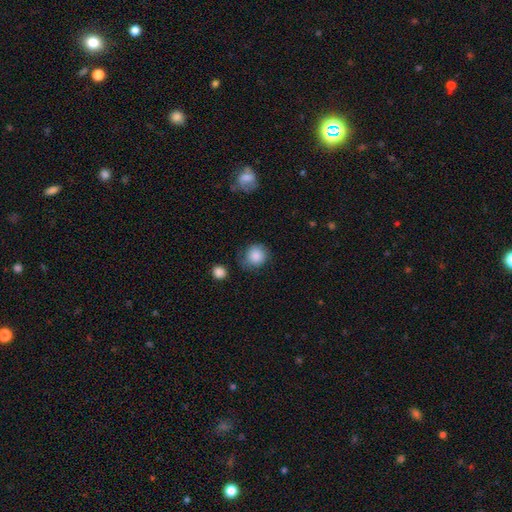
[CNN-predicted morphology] Smooth or featured? smooth (87%)
How rounded? round (87%)
Merging? none (72%)